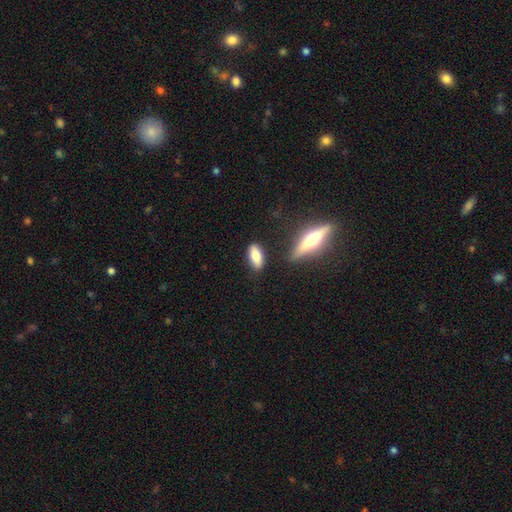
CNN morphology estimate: Smooth or featured? smooth (75%)
How rounded? in between (74%)
Merging? none (81%)